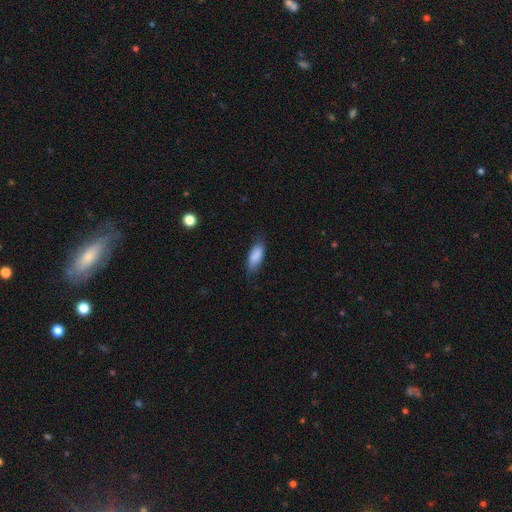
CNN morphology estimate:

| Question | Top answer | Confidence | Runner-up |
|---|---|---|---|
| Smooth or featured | smooth | 87% | featured or disk (7%) |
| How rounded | in between | 78% | cigar-shaped (20%) |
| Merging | none | 76% | minor disturbance (19%) |